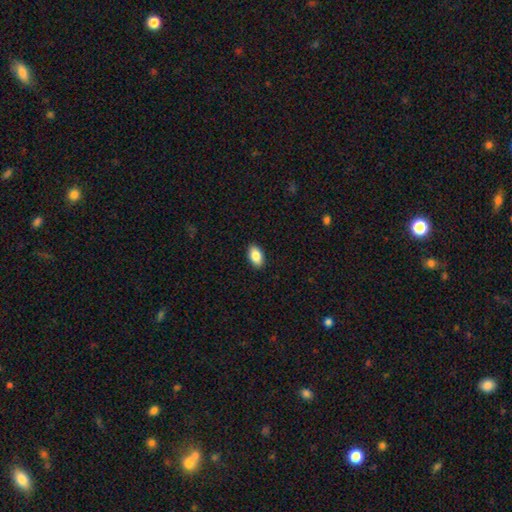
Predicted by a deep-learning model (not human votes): This appears to be a smooth galaxy with no disk features (87%) that is in between round and cigar-shaped (93%). Merging: none (90%).